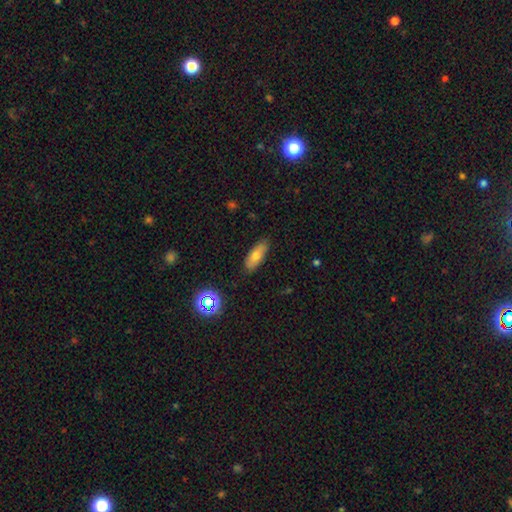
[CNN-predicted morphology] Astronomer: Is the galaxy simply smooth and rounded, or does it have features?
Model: smooth — 71%.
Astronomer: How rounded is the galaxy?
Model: in between — 73%.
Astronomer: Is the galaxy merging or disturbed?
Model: none — 84%.